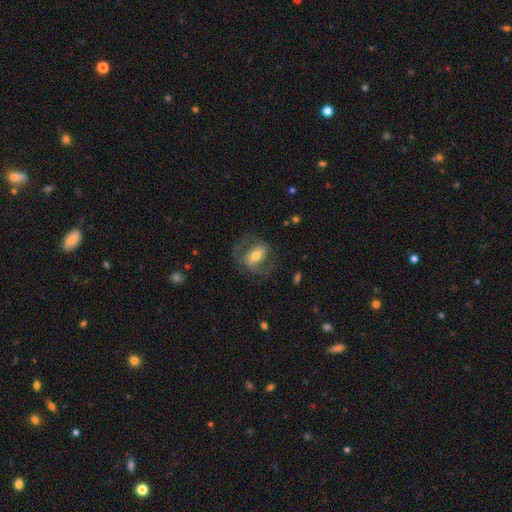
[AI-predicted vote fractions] featured or disk 62%, smooth 31%, star or artifact 7%. Down the decision tree: edge-on disk — no (94%); bar — strong (41%); spiral arms — yes (72%); bulge size — moderate (62%); merging — none (61%).